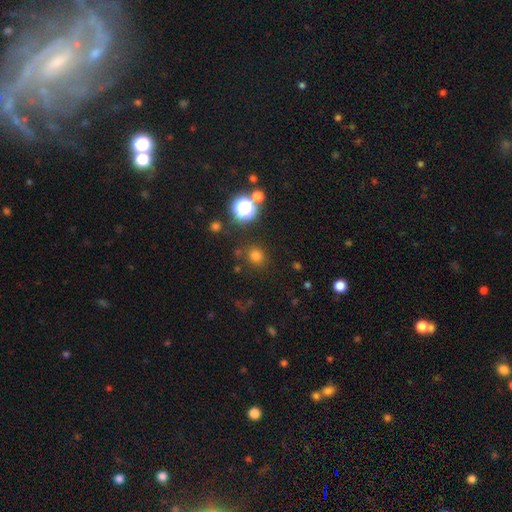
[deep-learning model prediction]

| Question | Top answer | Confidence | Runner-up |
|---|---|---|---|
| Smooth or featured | smooth | 73% | star or artifact (22%) |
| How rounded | round | 86% | in between (13%) |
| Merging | none | 84% | minor disturbance (9%) |